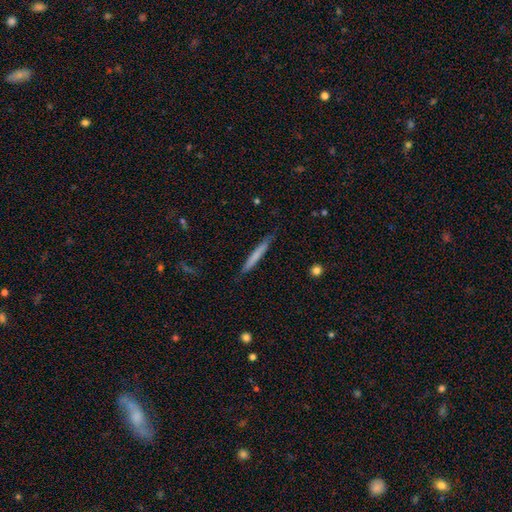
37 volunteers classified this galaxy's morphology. Smooth or featured? smooth (68%)
How rounded? cigar-shaped (92%)
Merging? none (80%)